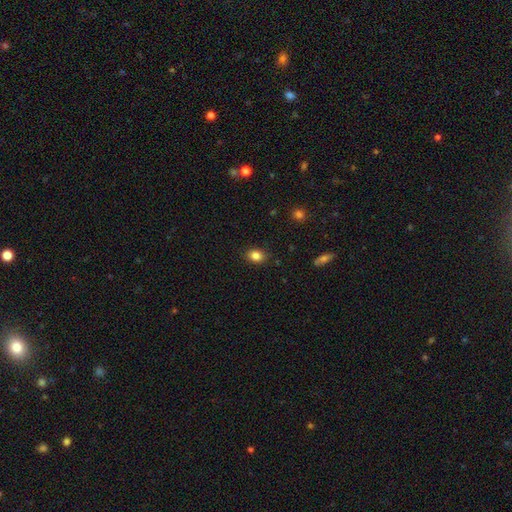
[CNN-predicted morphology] Q: Smooth or featured?
A: smooth (85%); runner-up: star or artifact (10%)
Q: How rounded?
A: in between (65%); runner-up: round (34%)
Q: Merging?
A: none (87%); runner-up: minor disturbance (10%)